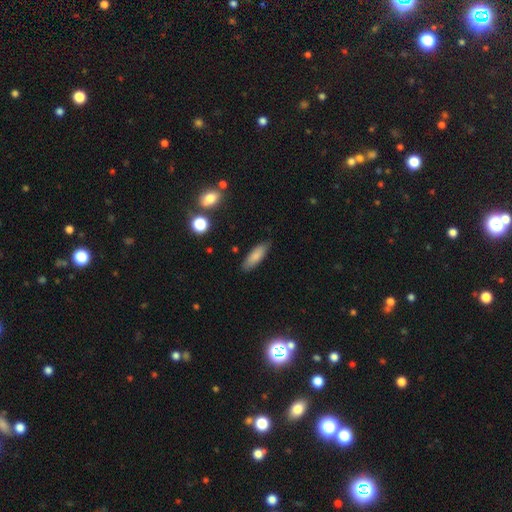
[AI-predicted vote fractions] A smooth galaxy with no disk features (82%) that is in between round and cigar-shaped (58%).

Vote fractions:
- Smooth or featured? smooth: 82% / featured or disk: 11% / star or artifact: 7%
- How rounded? in between: 58% / cigar-shaped: 40% / round: 2%
- Merging? none: 84% / minor disturbance: 12% / major disturbance: 2% / merger: 1%